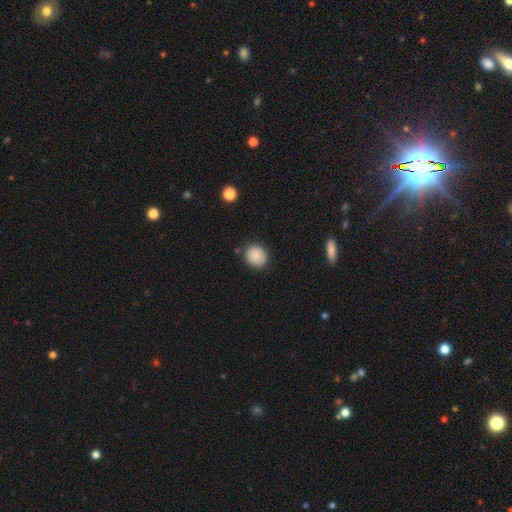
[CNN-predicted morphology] smooth-or-featured: smooth: 87% | star or artifact: 8% | featured or disk: 5%
  how-rounded: round: 83% | in between: 16% | cigar-shaped: 1%
  merging: none: 86% | minor disturbance: 10% | major disturbance: 3% | merger: 2%